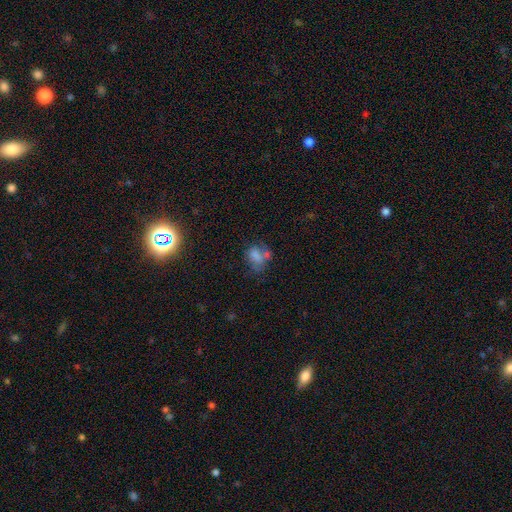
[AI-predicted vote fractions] Smooth or featured: smooth — 56% (star or artifact — 23%)
How rounded: in between — 67% (round — 30%)
Merging: none — 38% (merger — 26%)